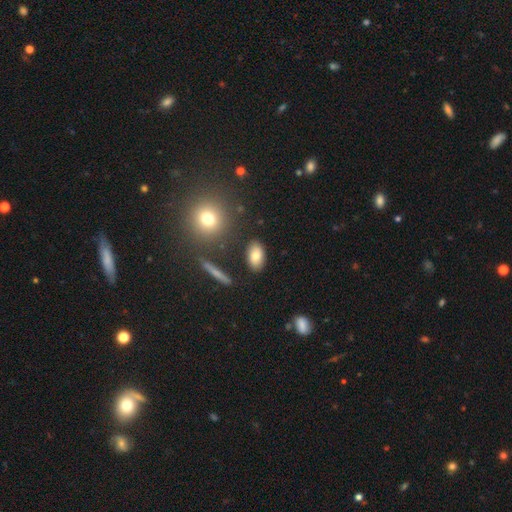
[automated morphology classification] type=smooth (79%); roundness=in between (89%); merging=none (85%).